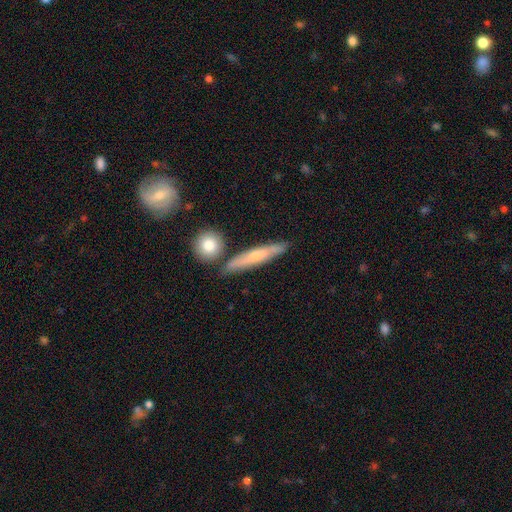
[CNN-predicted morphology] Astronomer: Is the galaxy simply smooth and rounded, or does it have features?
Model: smooth — 49% (runner-up: featured or disk, 44%).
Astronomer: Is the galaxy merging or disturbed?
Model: none — 78%.